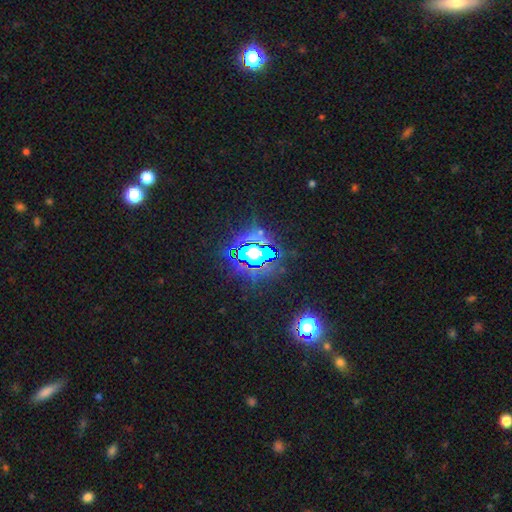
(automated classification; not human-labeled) Smooth or featured? star or artifact (83%)